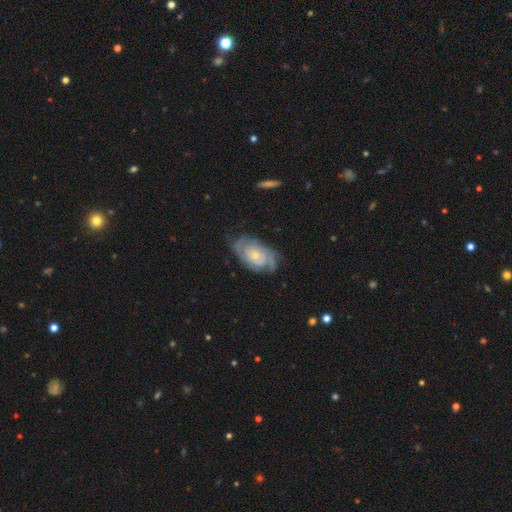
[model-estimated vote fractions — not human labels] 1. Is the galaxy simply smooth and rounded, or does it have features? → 83% featured or disk, 12% smooth, 5% star or artifact.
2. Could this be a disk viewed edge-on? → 96% no, 4% yes.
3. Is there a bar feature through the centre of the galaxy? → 72% no, 23% weak, 4% strong.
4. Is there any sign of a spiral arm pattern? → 93% yes, 7% no.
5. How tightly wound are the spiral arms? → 63% tight, 29% medium, 8% loose.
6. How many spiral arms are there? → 40% 2, 30% can't tell, 16% 3, 6% 4, 5% 1, 4% more than 4.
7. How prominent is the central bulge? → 63% small, 33% moderate, 2% large, 2% none, 1% dominant.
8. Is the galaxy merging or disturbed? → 70% none, 20% minor disturbance, 8% major disturbance, 1% merger.